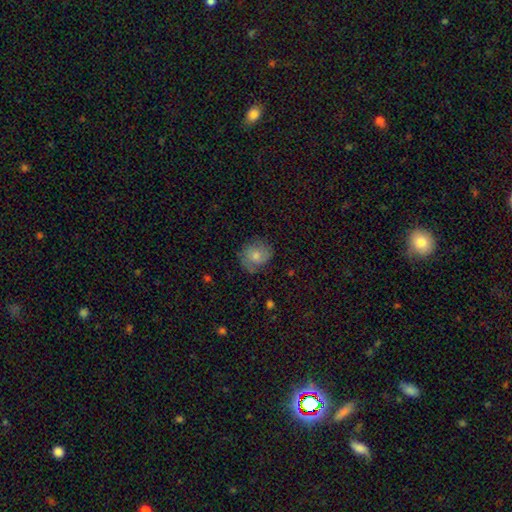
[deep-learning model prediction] This appears to be a smooth galaxy with no disk features (63%) that is round (77%). Merging: none (69%).